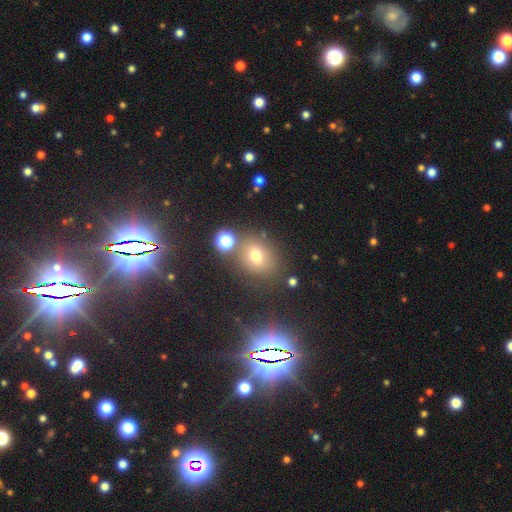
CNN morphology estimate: Smooth or featured? Predicted: smooth (p=0.66). How rounded? Predicted: round (p=0.59). Merging? Predicted: none (p=0.73).